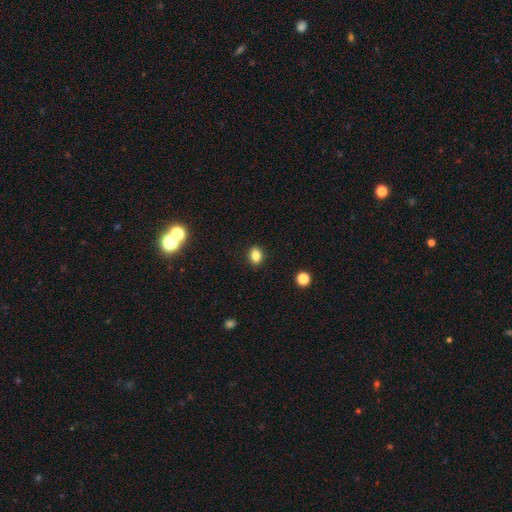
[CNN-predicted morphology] A smooth galaxy with no disk features (84%) that is in between round and cigar-shaped (62%). Merging: none (90%).